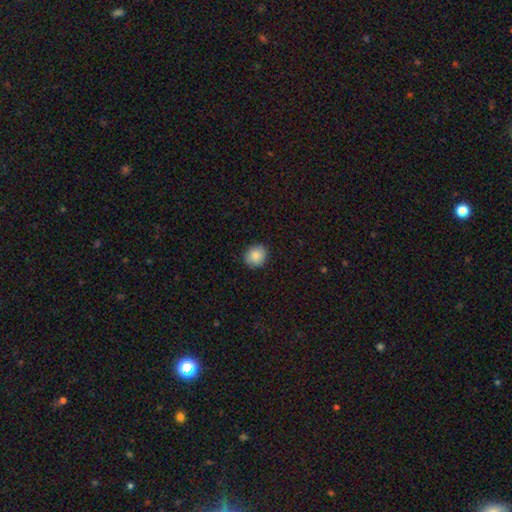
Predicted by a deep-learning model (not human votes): Smooth or featured: smooth — 88% (star or artifact — 8%)
How rounded: round — 81% (in between — 18%)
Merging: none — 89% (minor disturbance — 8%)